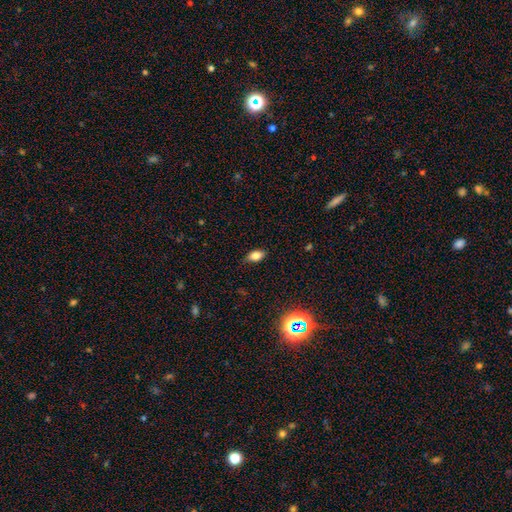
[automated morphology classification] This is likely a smooth galaxy (78%). How rounded: clearly in between (88%). Merging: clearly none (83%).